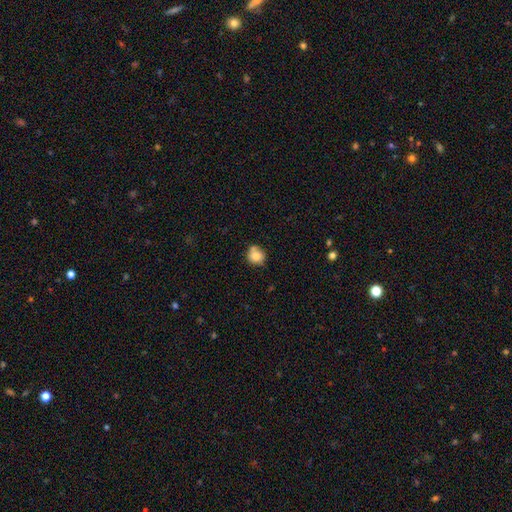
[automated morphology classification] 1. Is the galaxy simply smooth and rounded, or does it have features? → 81% smooth, 9% star or artifact, 9% featured or disk.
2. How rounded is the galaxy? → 83% round, 16% in between, 1% cigar-shaped.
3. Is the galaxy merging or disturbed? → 58% none, 19% minor disturbance, 19% merger, 5% major disturbance.